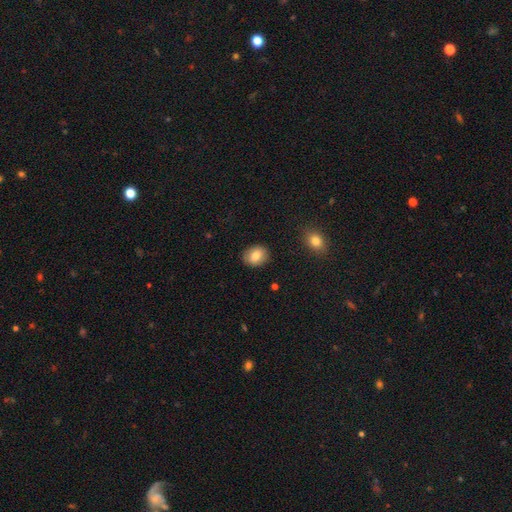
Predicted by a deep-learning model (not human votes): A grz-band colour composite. It shows a smooth galaxy with no disk features (83%) that is in between round and cigar-shaped (50%). Merging: none (88%).